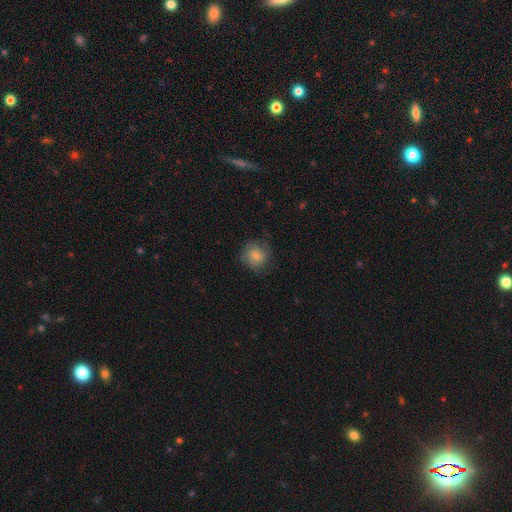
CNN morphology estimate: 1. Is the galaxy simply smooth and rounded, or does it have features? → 77% smooth, 15% featured or disk, 8% star or artifact.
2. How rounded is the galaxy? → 86% round, 13% in between, 1% cigar-shaped.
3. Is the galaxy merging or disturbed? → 71% none, 20% minor disturbance, 8% major disturbance, 1% merger.